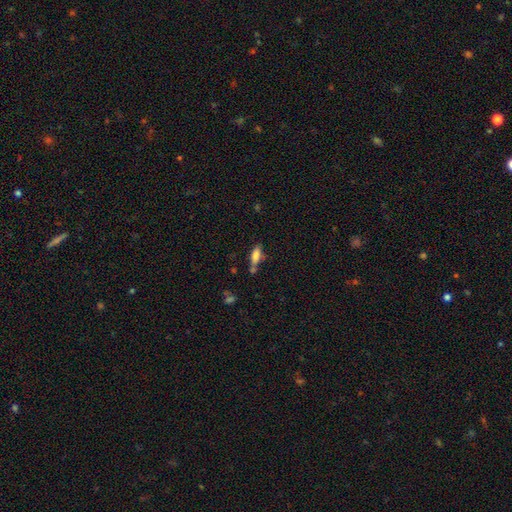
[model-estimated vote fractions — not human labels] smooth_or_featured: smooth (p=0.76) [alt: featured or disk p=0.15]
how_rounded: in between (p=0.63) [alt: cigar-shaped p=0.35]
merging: none (p=0.53) [alt: minor disturbance p=0.20]